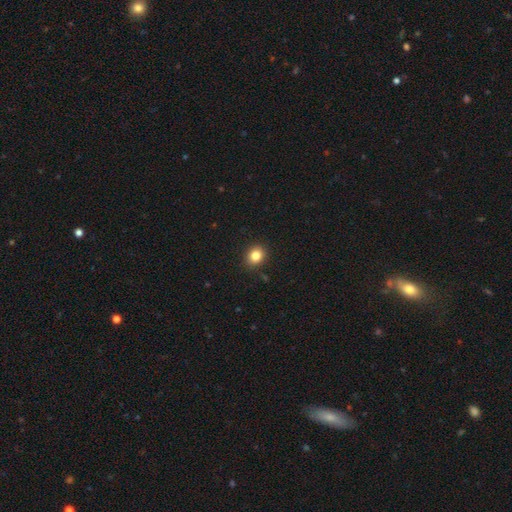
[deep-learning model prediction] Smooth or featured? Predicted: smooth (p=0.83). How rounded? Predicted: round (p=0.72). Merging? Predicted: none (p=0.91).